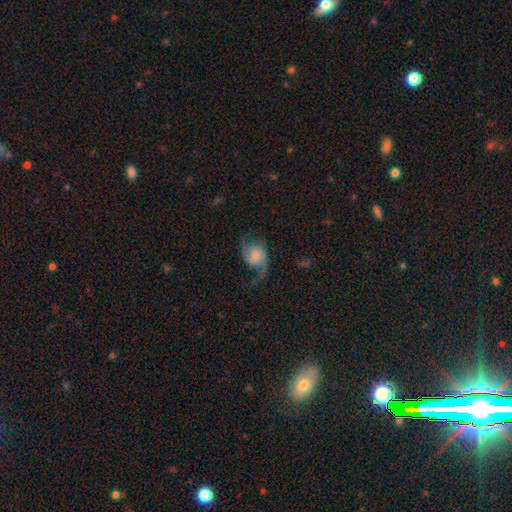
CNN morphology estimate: type=featured or disk (75%); edge-on=no (98%); bar=no (68%); spiral arms=yes (94%); winding=loose (67%); arm count=2 (79%); bulge=small (37%, tied with moderate); merging=none (51%).